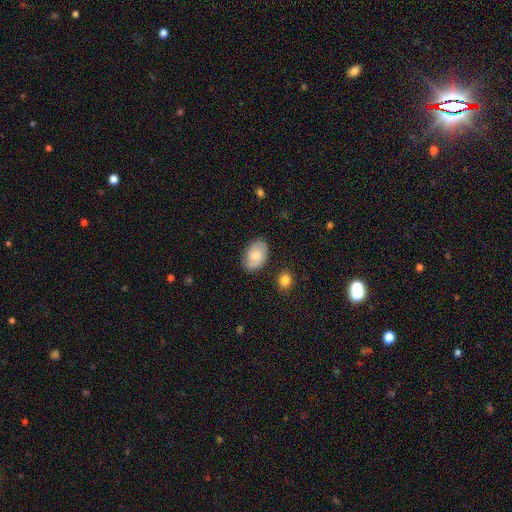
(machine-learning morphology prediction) Smooth or featured? smooth (66%)
How rounded? in between (88%)
Merging? none (79%)